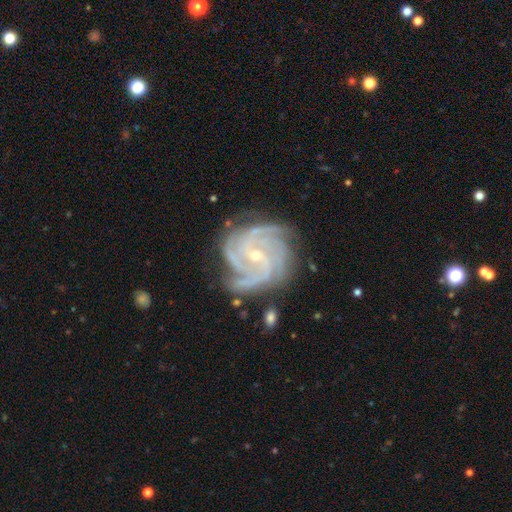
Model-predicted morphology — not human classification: This appears to be a featured or disk galaxy (91%) with no bar (50%), 4 (44%) tight (65%) spiral arms (99%) and a small central bulge (73%). Merging: none (75%).